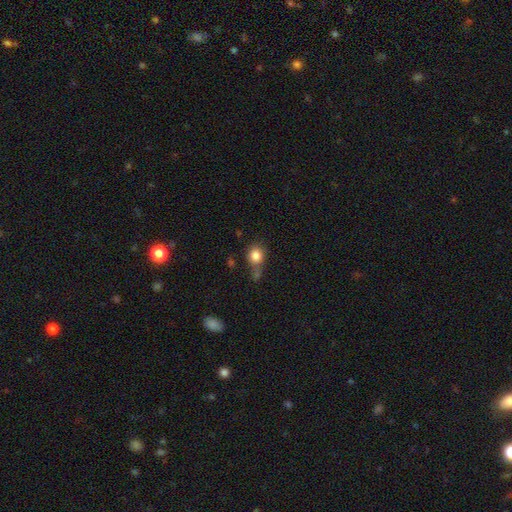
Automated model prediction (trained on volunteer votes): Smooth or featured: smooth — 83% (star or artifact — 10%)
How rounded: round — 78% (in between — 21%)
Merging: none — 52% (minor disturbance — 22%)